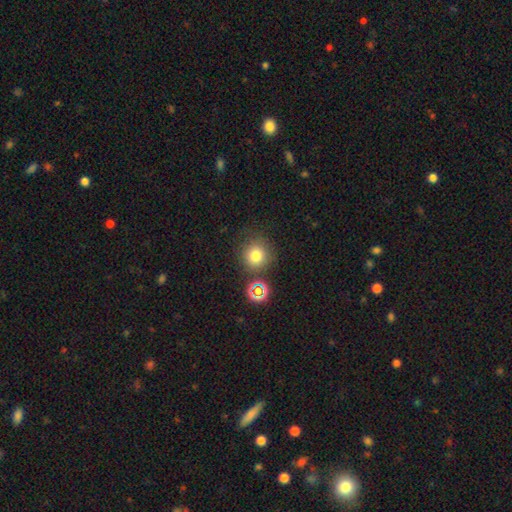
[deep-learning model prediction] Smooth or featured? smooth (75%)
How rounded? round (91%)
Merging? none (77%)